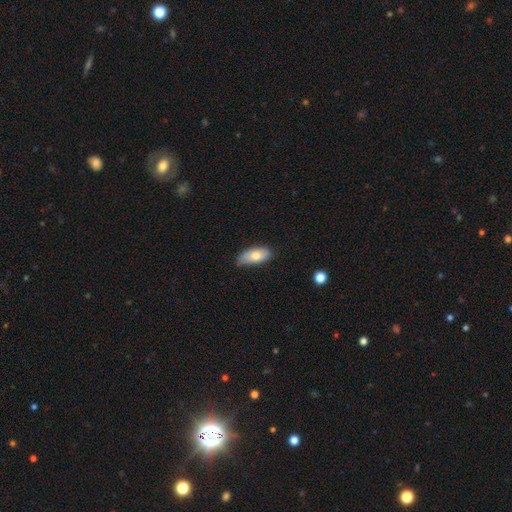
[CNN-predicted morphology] A smooth galaxy with no disk features (75%) that is in between round and cigar-shaped (89%).

Vote fractions:
- Smooth or featured? smooth: 75% / featured or disk: 19% / star or artifact: 6%
- How rounded? in between: 89% / cigar-shaped: 8% / round: 3%
- Merging? none: 72% / minor disturbance: 23% / major disturbance: 3% / merger: 1%